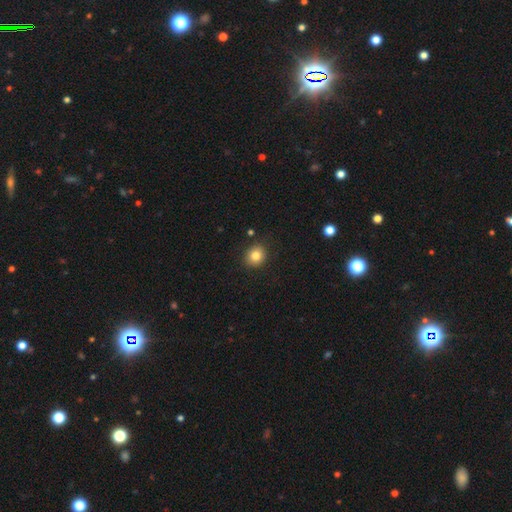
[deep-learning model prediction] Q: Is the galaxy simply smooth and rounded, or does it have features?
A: smooth — 82%.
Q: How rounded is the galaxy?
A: round — 77%.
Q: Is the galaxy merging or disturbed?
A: none — 87%.